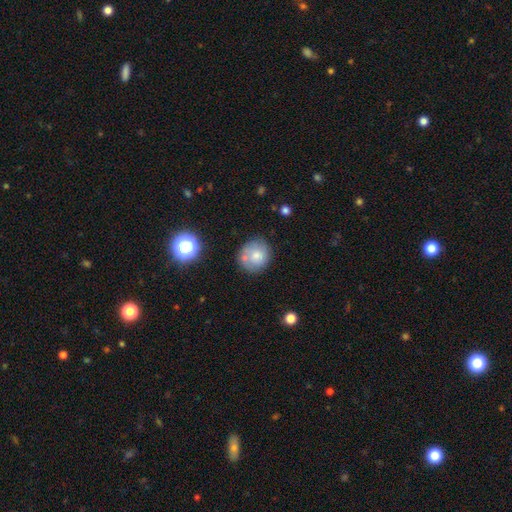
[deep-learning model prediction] smooth_or_featured: smooth (p=0.70) [alt: featured or disk p=0.20]
how_rounded: round (p=0.85) [alt: in between p=0.14]
merging: none (p=0.64) [alt: minor disturbance p=0.18]